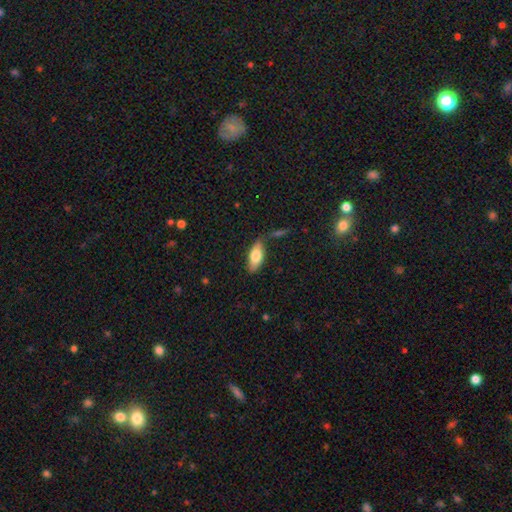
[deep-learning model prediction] Overall: smooth (73%). How rounded: in between (82%). Merging: none (69%).